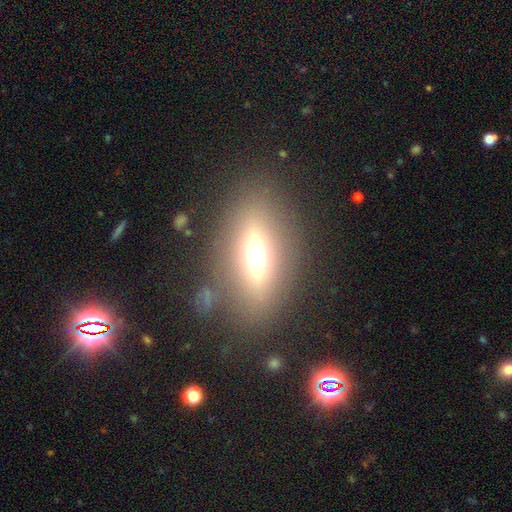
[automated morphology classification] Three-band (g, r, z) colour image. It shows a smooth galaxy with no disk features (47%). Merging: none (81%).